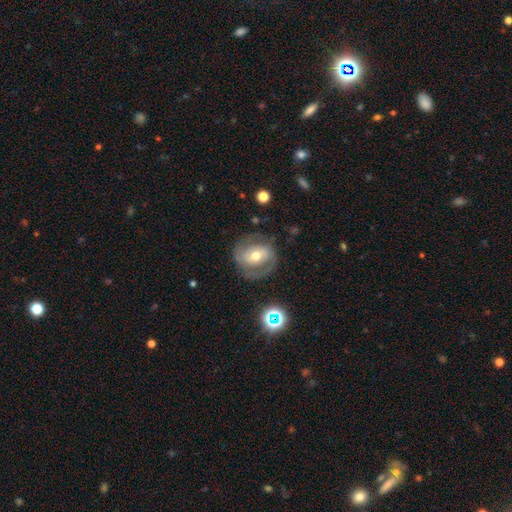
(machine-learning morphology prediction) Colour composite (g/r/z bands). It shows a featured or disk galaxy (71%) with no bar (40%), 2 (83%) medium (45%) spiral arms (79%) and a moderate central bulge (71%). Merging: none (74%).